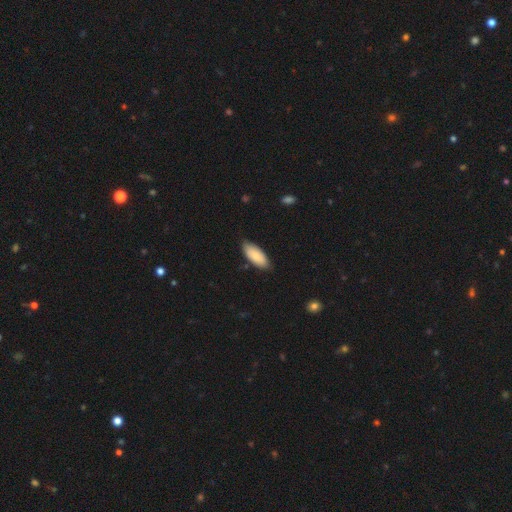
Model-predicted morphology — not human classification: smooth 81%, featured or disk 14%, star or artifact 6%. Down the decision tree: how rounded — in between (86%); merging — none (79%).